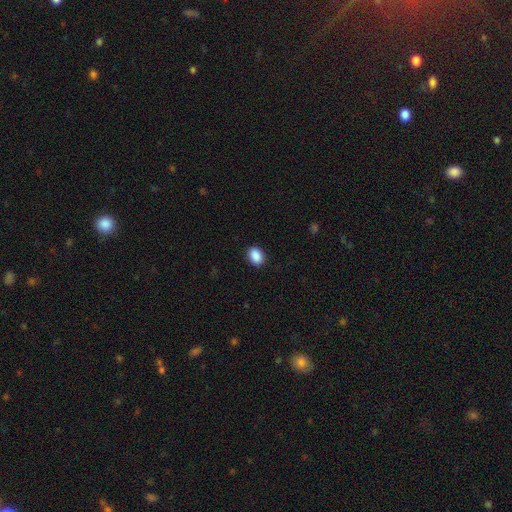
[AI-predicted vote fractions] smooth-or-featured: smooth: 90% | star or artifact: 8% | featured or disk: 3%
  how-rounded: in between: 74% | round: 25% | cigar-shaped: 1%
  merging: none: 89% | minor disturbance: 8% | major disturbance: 2% | merger: 1%